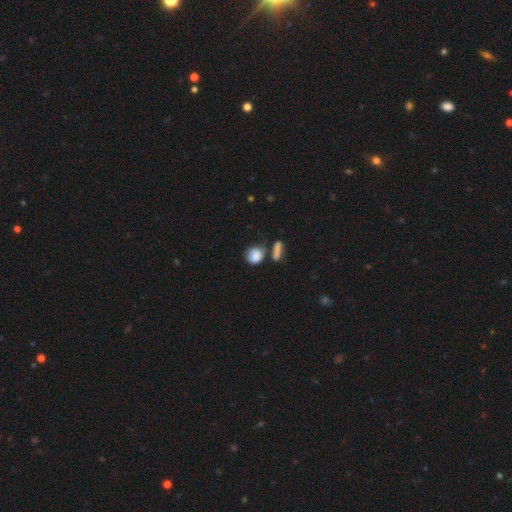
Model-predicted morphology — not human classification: smooth 84%, star or artifact 9%, featured or disk 7%. Down the decision tree: how rounded — round (73%); merging — none (53%).